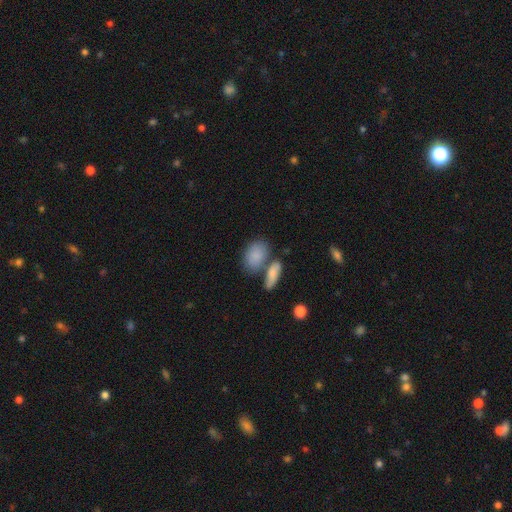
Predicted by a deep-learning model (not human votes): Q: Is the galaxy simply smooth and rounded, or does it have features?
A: smooth — 84%.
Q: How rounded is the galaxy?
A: in between — 83%.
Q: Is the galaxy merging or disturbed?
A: none — 48%.